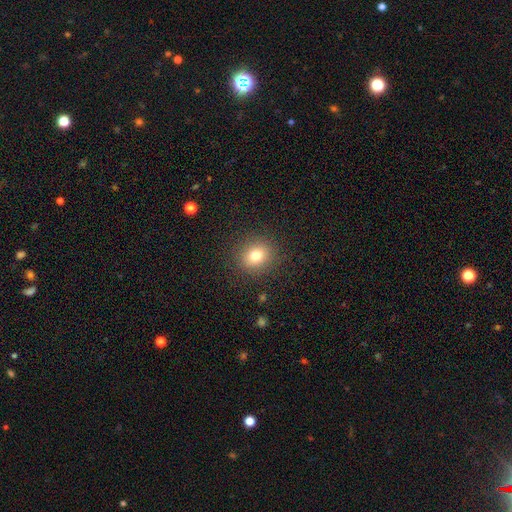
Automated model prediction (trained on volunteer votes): A smooth galaxy with no disk features (78%) that is round (77%). Merging: none (89%).